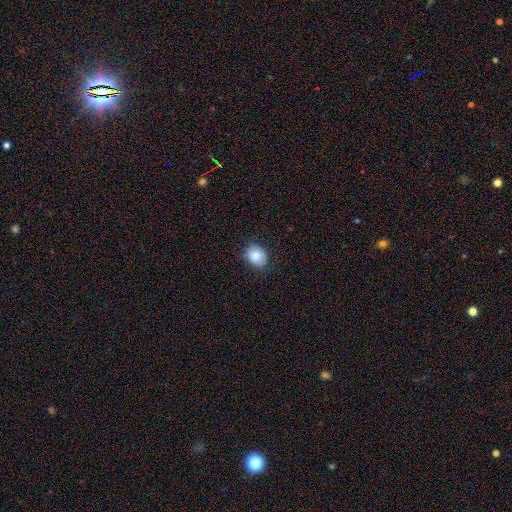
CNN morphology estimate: Q: Smooth or featured?
A: smooth (86%); runner-up: star or artifact (8%)
Q: How rounded?
A: round (57%); runner-up: in between (42%)
Q: Merging?
A: none (79%); runner-up: minor disturbance (17%)